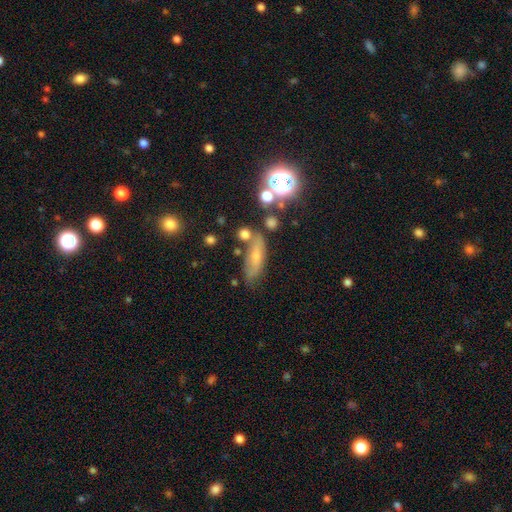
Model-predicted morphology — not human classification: This appears to be a smooth galaxy with no disk features (46%). Merging: none (60%).